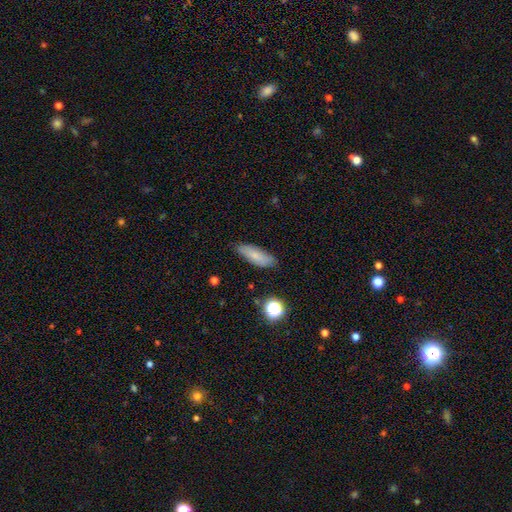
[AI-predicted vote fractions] Morphology: type=smooth (79%); roundness=in between (56%); merging=none (82%).